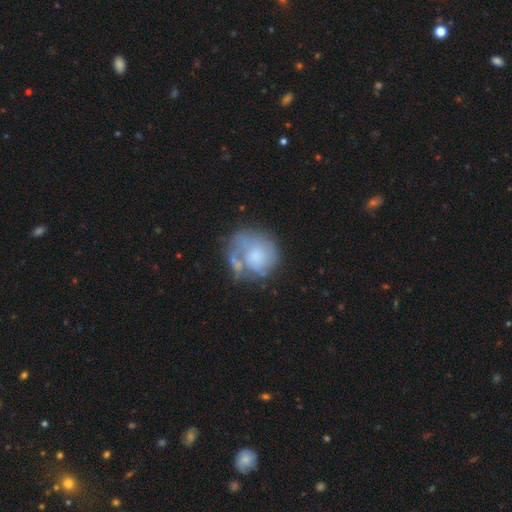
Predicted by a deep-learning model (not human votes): featured or disk 49%, smooth 44%, star or artifact 8%. Down the decision tree: merging — none (44%).